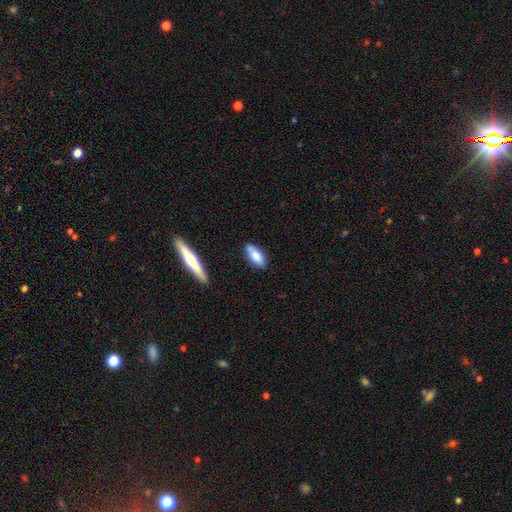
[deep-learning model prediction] This is likely a smooth galaxy (77%). How rounded: likely in between (74%). Merging: clearly none (81%).